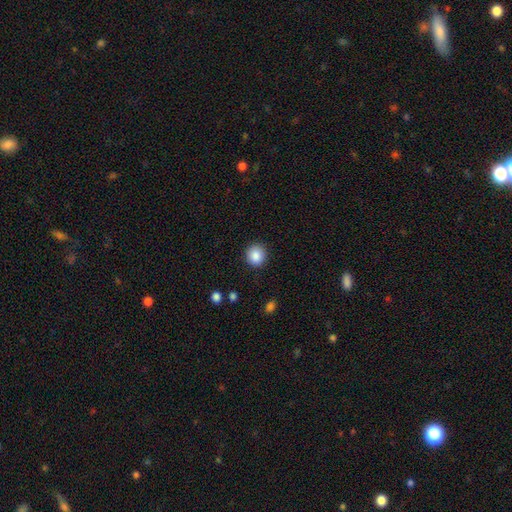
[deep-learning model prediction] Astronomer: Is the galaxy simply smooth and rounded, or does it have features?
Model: smooth — 88%.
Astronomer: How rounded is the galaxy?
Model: round — 88%.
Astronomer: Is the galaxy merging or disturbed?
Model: none — 89%.